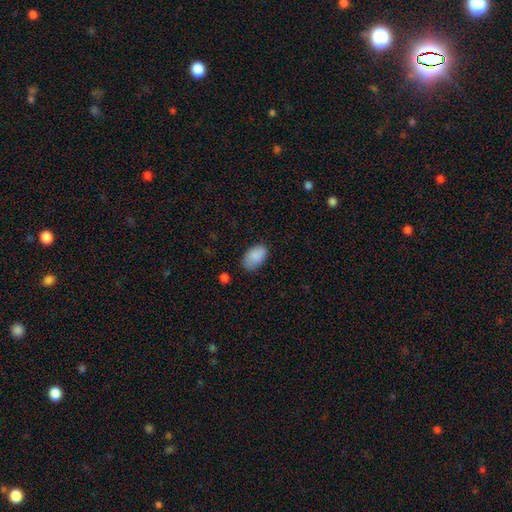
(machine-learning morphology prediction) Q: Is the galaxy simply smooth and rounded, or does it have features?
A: smooth — 89%.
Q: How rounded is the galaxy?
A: in between — 93%.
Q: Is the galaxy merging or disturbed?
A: none — 74%.